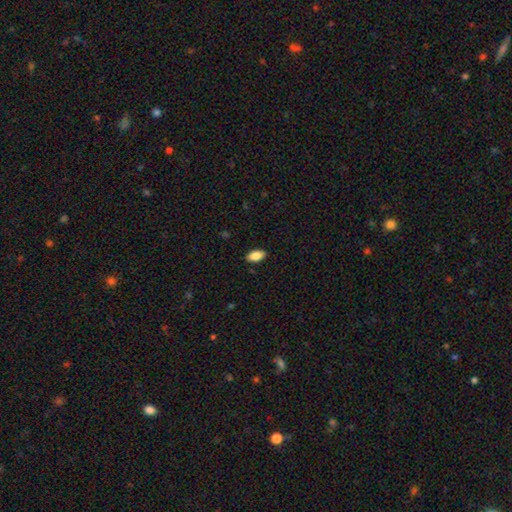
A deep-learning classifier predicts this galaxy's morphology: smooth_or_featured: smooth (p=0.87) [alt: star or artifact p=0.07]
how_rounded: in between (p=0.92) [alt: cigar-shaped p=0.05]
merging: none (p=0.88) [alt: minor disturbance p=0.09]